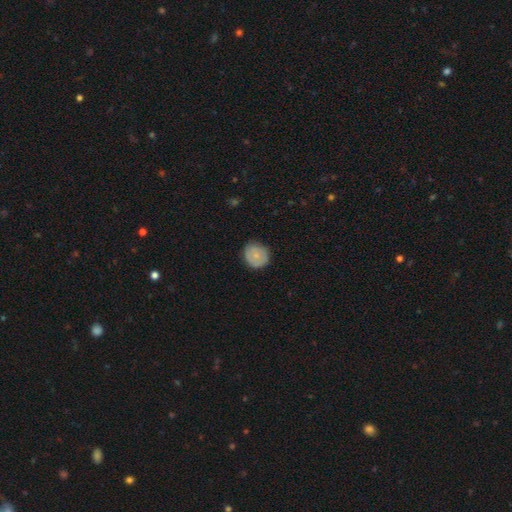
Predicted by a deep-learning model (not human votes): Smooth or featured? Predicted: smooth (p=0.71). How rounded? Predicted: round (p=0.85). Merging? Predicted: none (p=0.83).